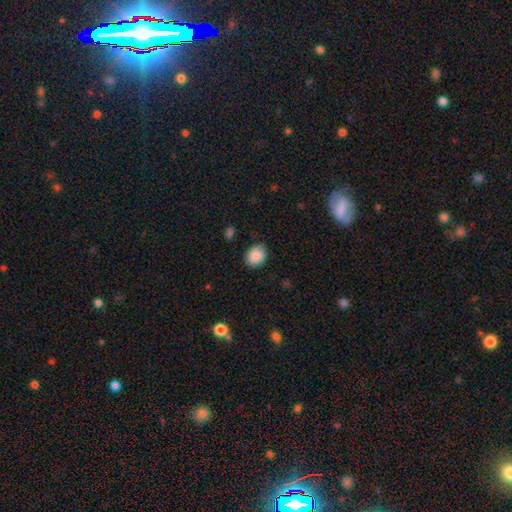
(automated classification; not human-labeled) The model was most divided on "how rounded": round: 54%, in between: 45%, cigar-shaped: 1%. More confident: smooth or featured — smooth (88%); merging — none (82%).